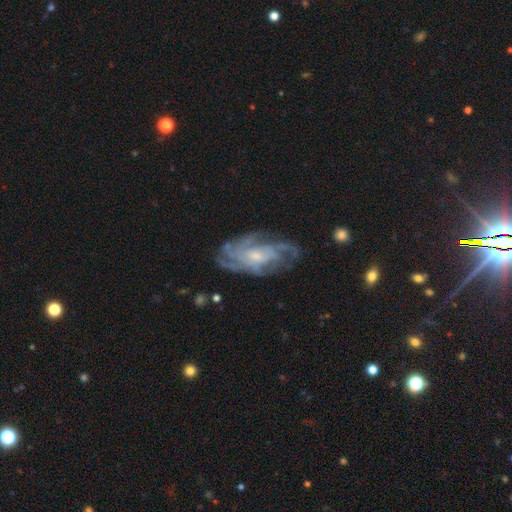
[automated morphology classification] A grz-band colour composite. It shows a featured or disk galaxy (84%) with no bar (64%), tight (55%) spiral arms (94%) and a small central bulge (59%). Merging: none (72%).